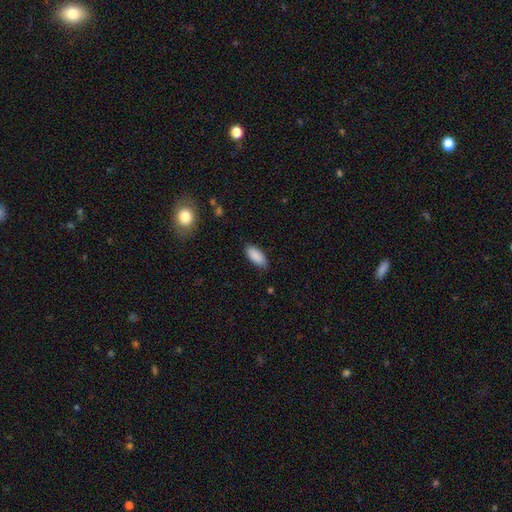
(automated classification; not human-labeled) Q: Smooth or featured?
A: smooth (89%); runner-up: star or artifact (7%)
Q: How rounded?
A: in between (85%); runner-up: cigar-shaped (13%)
Q: Merging?
A: none (82%); runner-up: minor disturbance (15%)